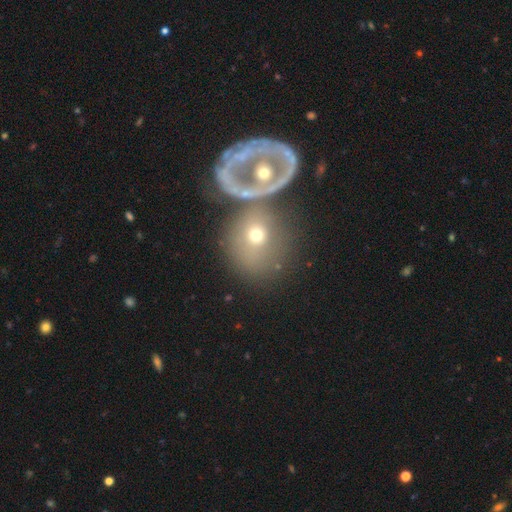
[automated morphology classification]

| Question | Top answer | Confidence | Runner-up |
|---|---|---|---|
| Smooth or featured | smooth | 46% | featured or disk (40%) |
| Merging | none | 43% | merger (34%) |